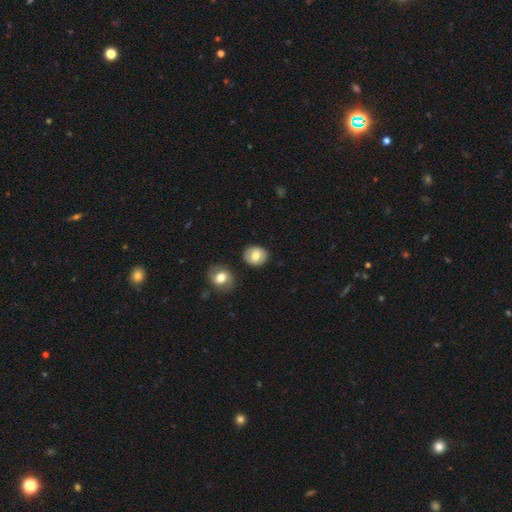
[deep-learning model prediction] Smooth or featured? smooth (76%)
How rounded? round (76%)
Merging? none (86%)